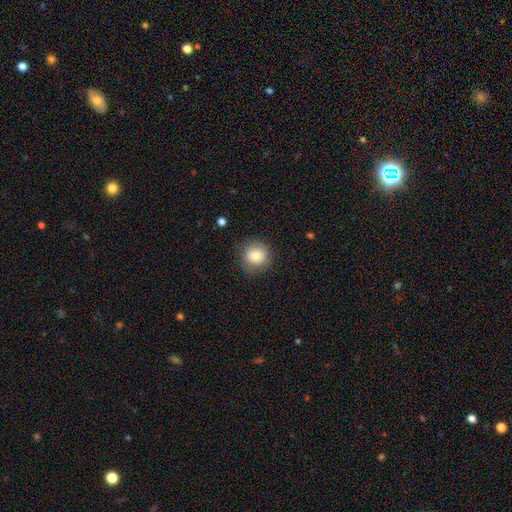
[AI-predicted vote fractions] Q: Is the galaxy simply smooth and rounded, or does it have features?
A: smooth — 80%.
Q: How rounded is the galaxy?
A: round — 90%.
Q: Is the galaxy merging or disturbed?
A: none — 83%.